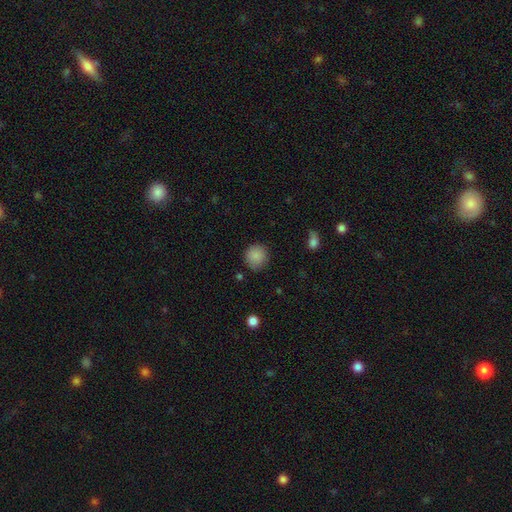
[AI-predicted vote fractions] smooth-or-featured: smooth: 87% | star or artifact: 9% | featured or disk: 4%
  how-rounded: round: 90% | in between: 9% | cigar-shaped: 1%
  merging: none: 84% | minor disturbance: 11% | major disturbance: 3% | merger: 1%